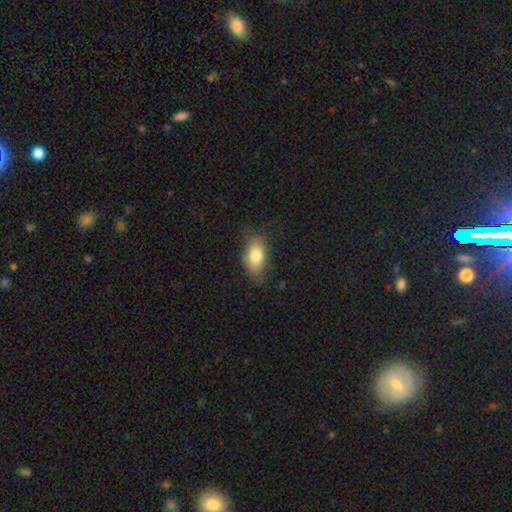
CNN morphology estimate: This is likely a smooth galaxy (80%). How rounded: clearly in between (90%). Merging: likely none (73%).